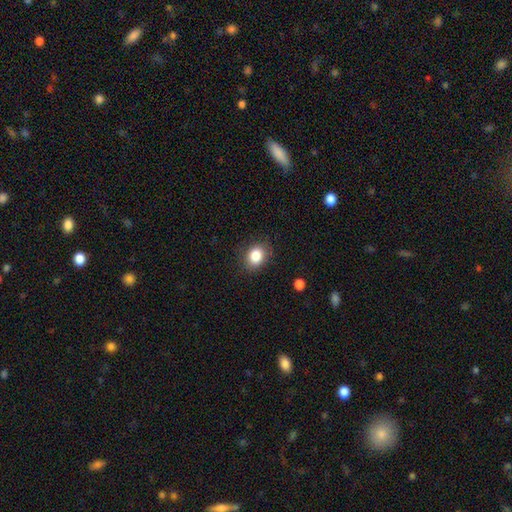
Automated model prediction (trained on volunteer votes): smooth 85%, star or artifact 9%, featured or disk 6%. Down the decision tree: how rounded — round (50%); merging — none (84%).